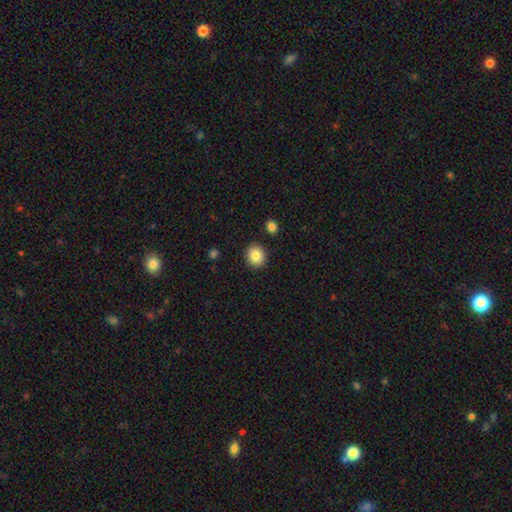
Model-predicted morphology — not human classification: smooth-or-featured: smooth: 86% | star or artifact: 9% | featured or disk: 6%
  how-rounded: round: 79% | in between: 20% | cigar-shaped: 1%
  merging: none: 90% | minor disturbance: 6% | merger: 2% | major disturbance: 2%